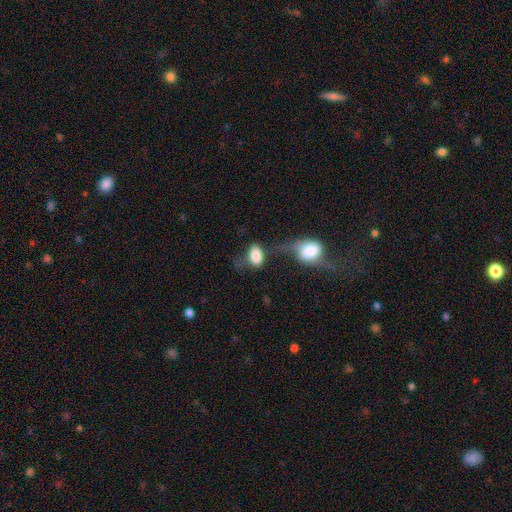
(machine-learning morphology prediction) Overall: smooth (78%). How rounded: in between (88%). Merging: merger (35%; none 26%).